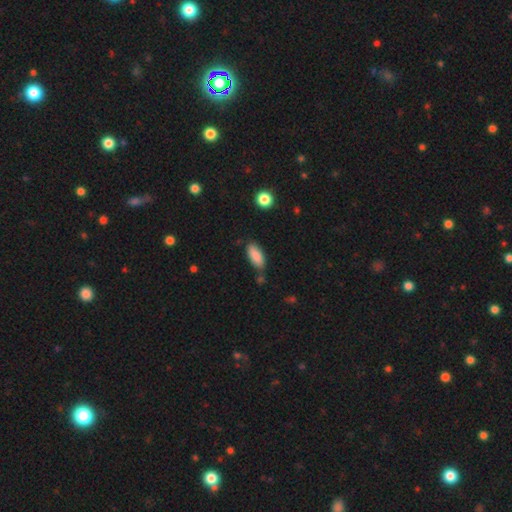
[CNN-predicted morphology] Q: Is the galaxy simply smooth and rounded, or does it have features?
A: smooth — 86%.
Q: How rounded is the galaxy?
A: in between — 82%.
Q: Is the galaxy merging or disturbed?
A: none — 71%.